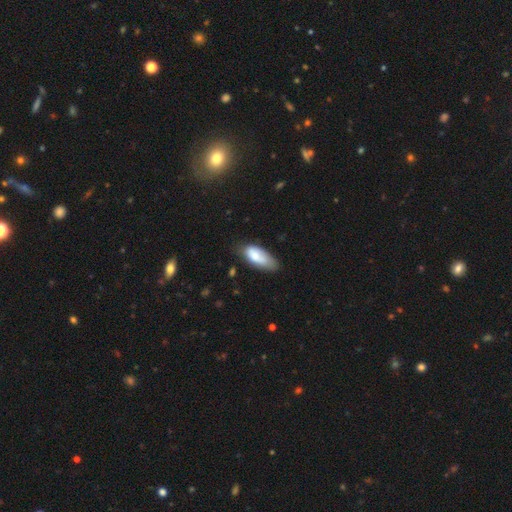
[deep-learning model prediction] smooth_or_featured: smooth (p=0.78) [alt: featured or disk p=0.16]
how_rounded: in between (p=0.85) [alt: cigar-shaped p=0.13]
merging: none (p=0.54) [alt: minor disturbance p=0.34]